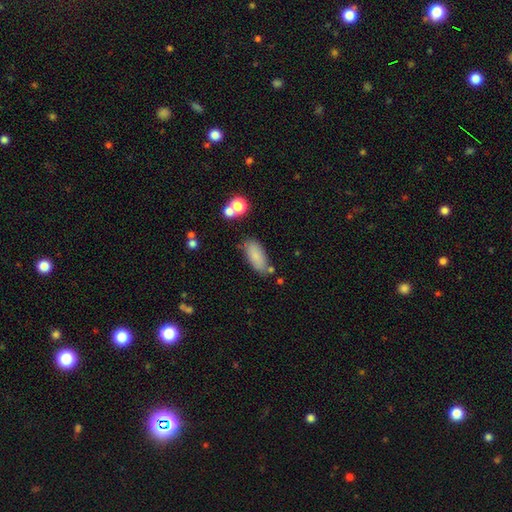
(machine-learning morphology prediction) Overall: smooth (81%). How rounded: in between (86%). Merging: none (72%).